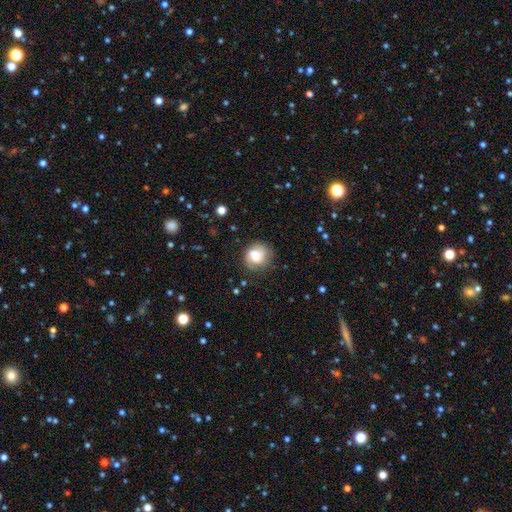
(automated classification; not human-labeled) Overall: smooth (65%). How rounded: round (82%). Merging: none (68%).